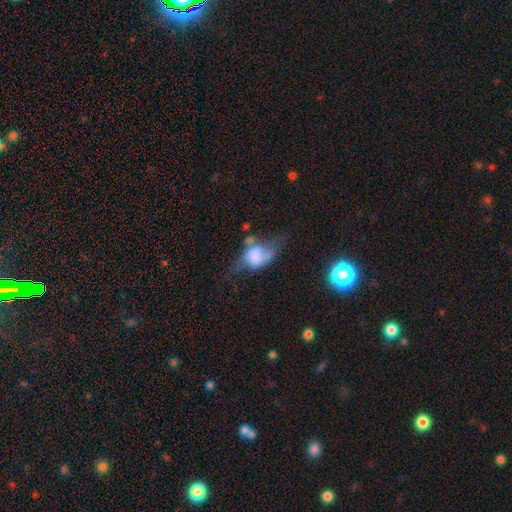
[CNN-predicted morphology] Smooth or featured? Predicted: featured or disk (p=0.45, tied with smooth). Merging? Predicted: major disturbance (p=0.41).